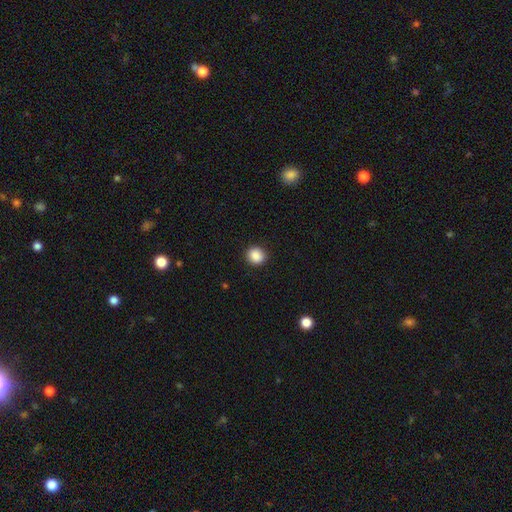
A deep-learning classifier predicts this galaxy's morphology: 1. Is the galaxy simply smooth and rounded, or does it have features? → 88% smooth, 9% star or artifact, 3% featured or disk.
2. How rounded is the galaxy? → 85% round, 14% in between, 1% cigar-shaped.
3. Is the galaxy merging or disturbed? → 91% none, 6% minor disturbance, 2% major disturbance, 1% merger.